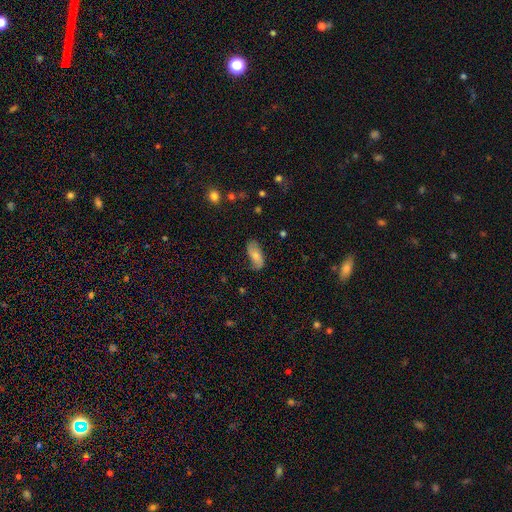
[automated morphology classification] This appears to be a smooth galaxy with no disk features (65%) that is in between round and cigar-shaped (86%). Merging: none (71%).